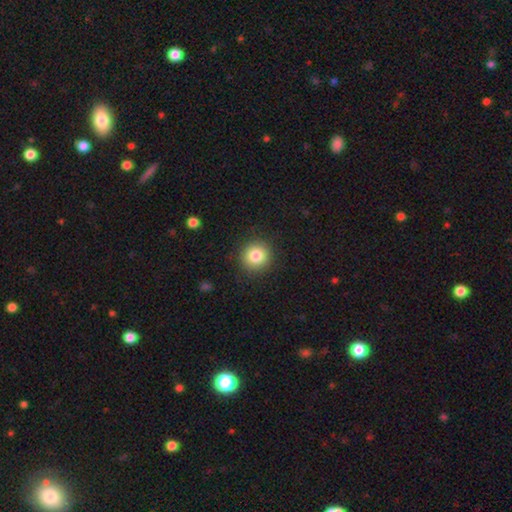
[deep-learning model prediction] Q: Smooth or featured?
A: smooth (83%); runner-up: star or artifact (10%)
Q: How rounded?
A: round (92%); runner-up: in between (7%)
Q: Merging?
A: none (90%); runner-up: minor disturbance (7%)